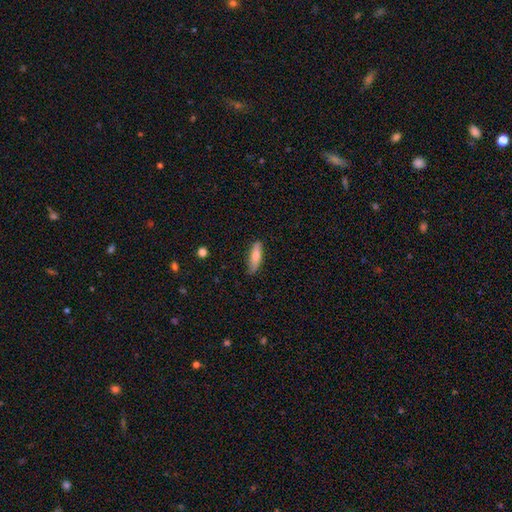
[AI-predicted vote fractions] Smooth or featured? Predicted: smooth (p=0.71). How rounded? Predicted: cigar-shaped (p=0.63). Merging? Predicted: none (p=0.80).